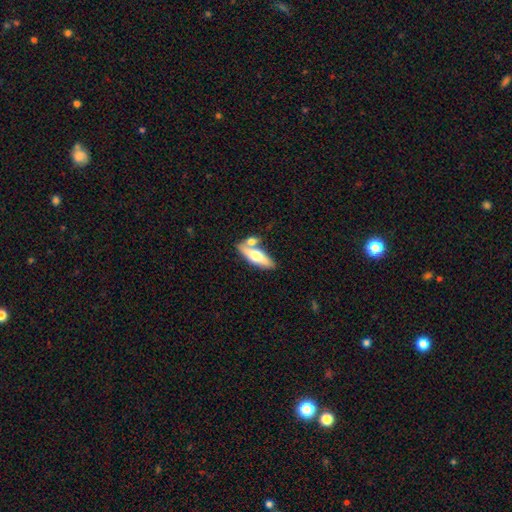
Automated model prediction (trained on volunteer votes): This appears to be a smooth galaxy with no disk features (55%) that is in between round and cigar-shaped (56%). Merging: none (52%).